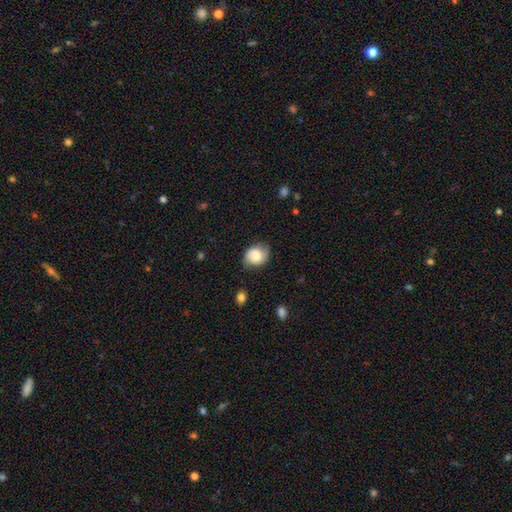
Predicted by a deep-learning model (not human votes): Q: Smooth or featured?
A: smooth (68%); runner-up: featured or disk (24%)
Q: How rounded?
A: in between (50%); runner-up: round (49%)
Q: Merging?
A: none (68%); runner-up: minor disturbance (24%)